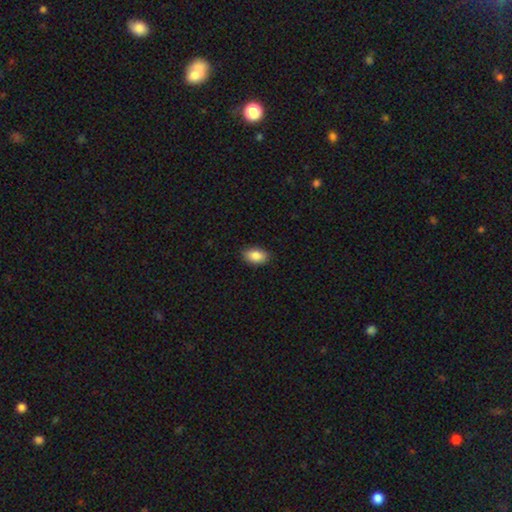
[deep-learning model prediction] A smooth galaxy with no disk features (88%) that is in between round and cigar-shaped (91%). Merging: none (88%).